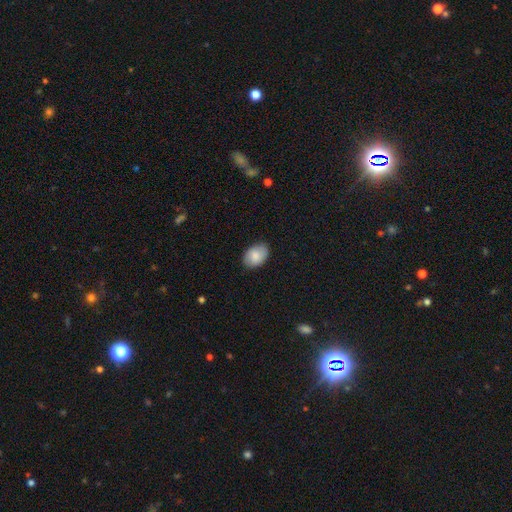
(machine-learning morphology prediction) The model was most divided on "how rounded": in between: 84%, round: 15%, cigar-shaped: 1%. More confident: merging — none (85%); smooth or featured — smooth (83%).